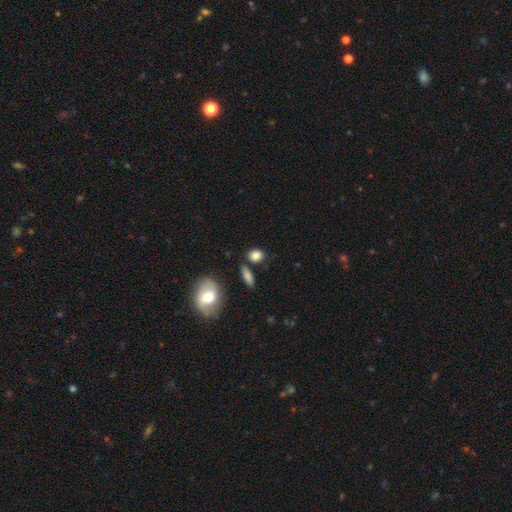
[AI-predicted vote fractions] A smooth galaxy with no disk features (85%) that is in between round and cigar-shaped (52%).

Vote fractions:
- Smooth or featured? smooth: 85% / star or artifact: 9% / featured or disk: 7%
- How rounded? in between: 52% / round: 44% / cigar-shaped: 3%
- Merging? none: 76% / minor disturbance: 12% / merger: 8% / major disturbance: 3%